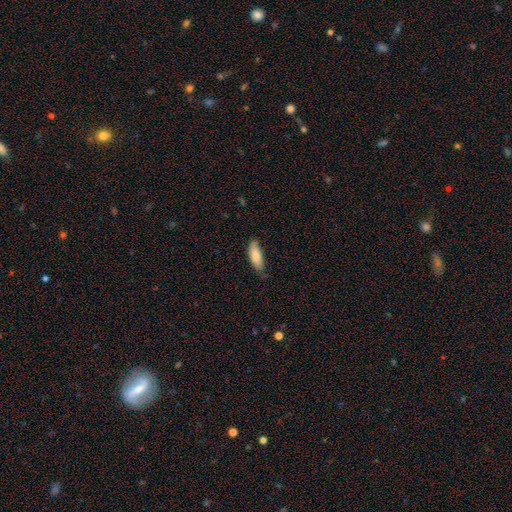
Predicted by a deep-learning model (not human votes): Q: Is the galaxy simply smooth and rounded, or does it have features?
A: smooth — 80%.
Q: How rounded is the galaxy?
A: in between — 72%.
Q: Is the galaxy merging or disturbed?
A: none — 61%.